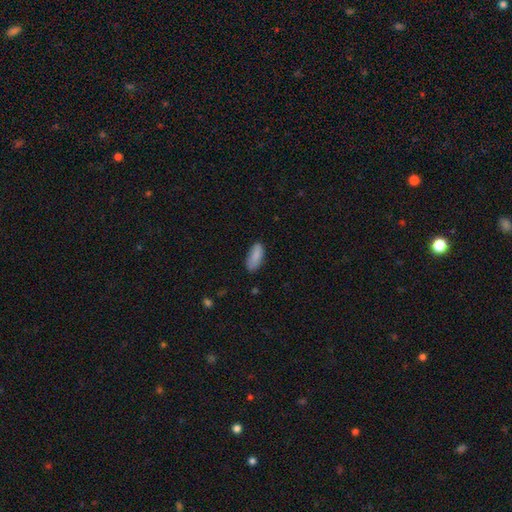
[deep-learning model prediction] This is clearly a smooth galaxy (88%). How rounded: clearly in between (84%). Merging: likely none (79%).